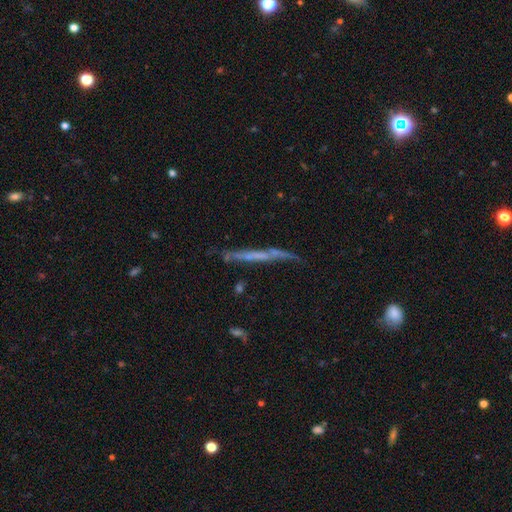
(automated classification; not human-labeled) Smooth or featured? featured or disk (57%)
Edge-on disk? yes (88%)
Edge-on bulge? none (84%)
Merging? none (67%)